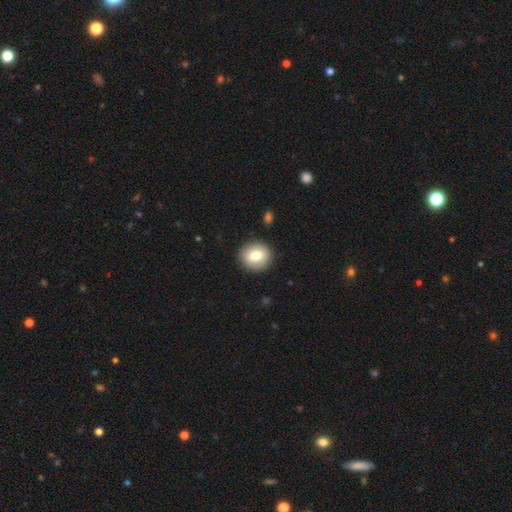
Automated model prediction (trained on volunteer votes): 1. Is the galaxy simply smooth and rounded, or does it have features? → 77% smooth, 15% featured or disk, 8% star or artifact.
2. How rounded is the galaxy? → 83% round, 16% in between, 1% cigar-shaped.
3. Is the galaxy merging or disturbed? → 90% none, 6% minor disturbance, 2% major disturbance, 1% merger.